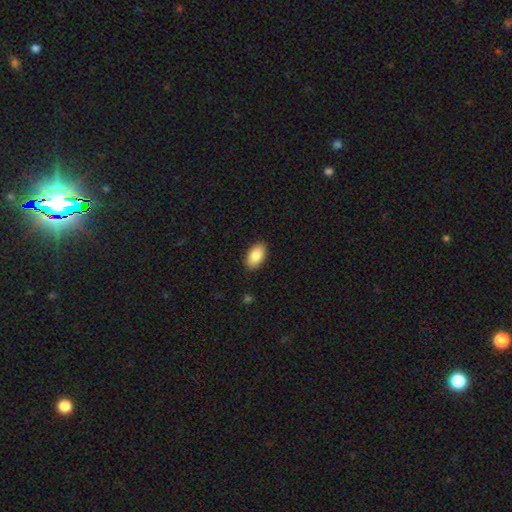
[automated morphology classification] Smooth or featured?
  - smooth: 88% *
  - star or artifact: 6%
  - featured or disk: 5%
How rounded?
  - in between: 94% *
  - round: 4%
  - cigar-shaped: 2%
Merging?
  - none: 89% *
  - minor disturbance: 8%
  - major disturbance: 2%
  - merger: 1%